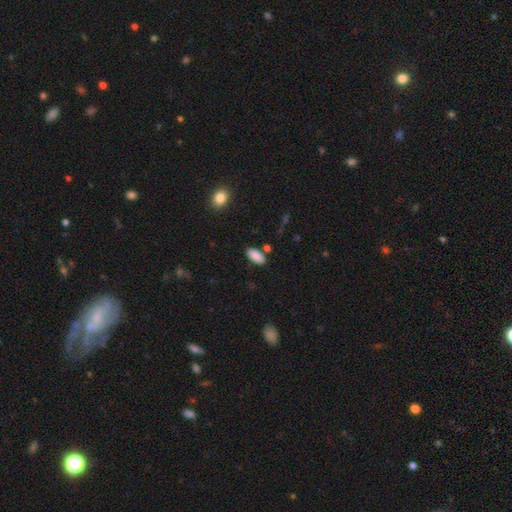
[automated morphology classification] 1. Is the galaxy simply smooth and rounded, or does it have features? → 89% smooth, 7% star or artifact, 4% featured or disk.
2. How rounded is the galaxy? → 90% in between, 8% cigar-shaped, 2% round.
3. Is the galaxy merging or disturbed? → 84% none, 10% minor disturbance, 3% merger, 2% major disturbance.